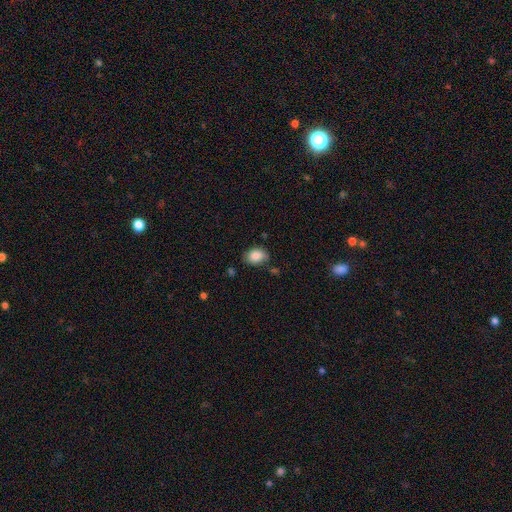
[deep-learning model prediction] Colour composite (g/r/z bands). It shows a smooth galaxy with no disk features (85%) that is in between round and cigar-shaped (67%). Merging: none (70%).